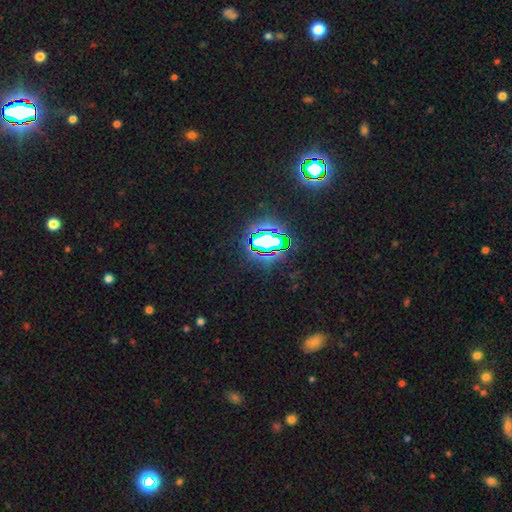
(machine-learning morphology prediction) This is likely a star or artifact rather than a galaxy (80%).